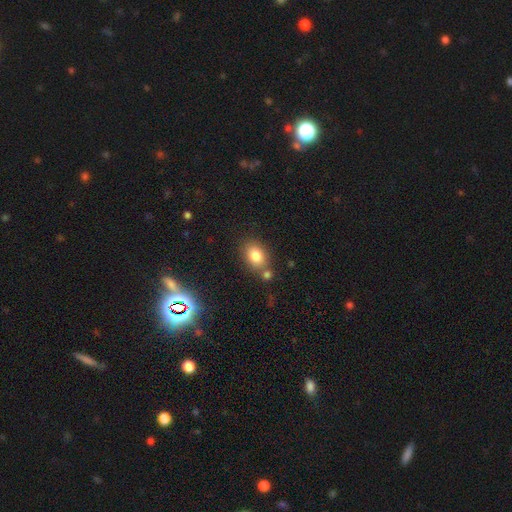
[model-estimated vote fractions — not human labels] Morphology: type=smooth (81%); roundness=in between (71%); merging=none (67%).